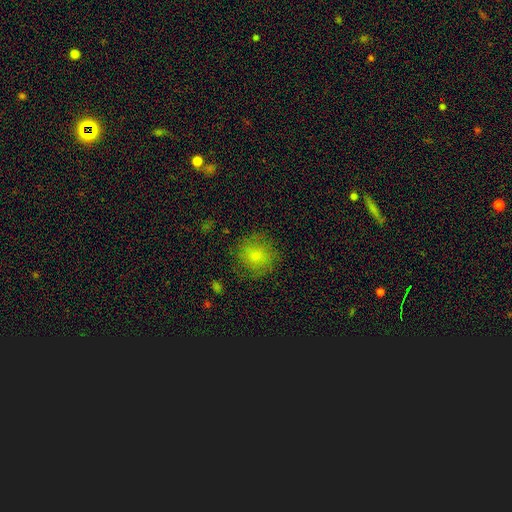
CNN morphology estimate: Smooth or featured: smooth — 66% (featured or disk — 18%)
How rounded: round — 90% (in between — 9%)
Merging: none — 81% (minor disturbance — 13%)